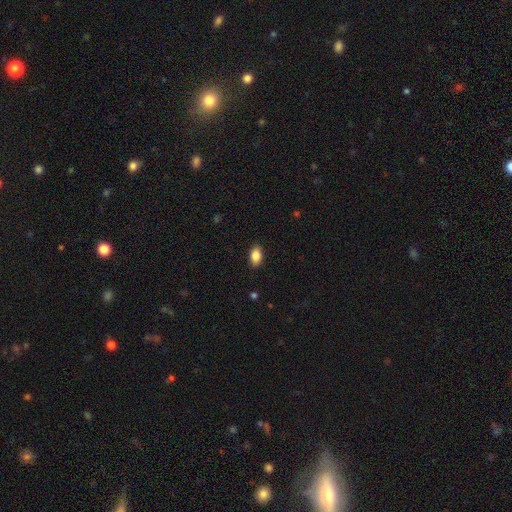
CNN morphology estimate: The model was most divided on "smooth or featured": smooth: 86%, star or artifact: 8%, featured or disk: 6%. More confident: how rounded — in between (90%); merging — none (88%).